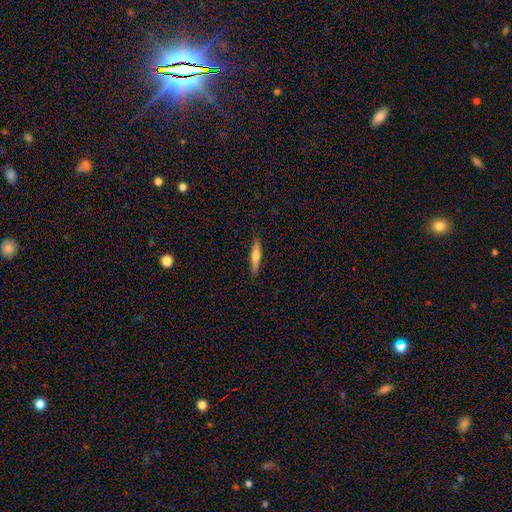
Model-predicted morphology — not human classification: Q: Smooth or featured?
A: smooth (52%); runner-up: featured or disk (42%)
Q: How rounded?
A: cigar-shaped (86%); runner-up: in between (12%)
Q: Merging?
A: none (89%); runner-up: minor disturbance (9%)